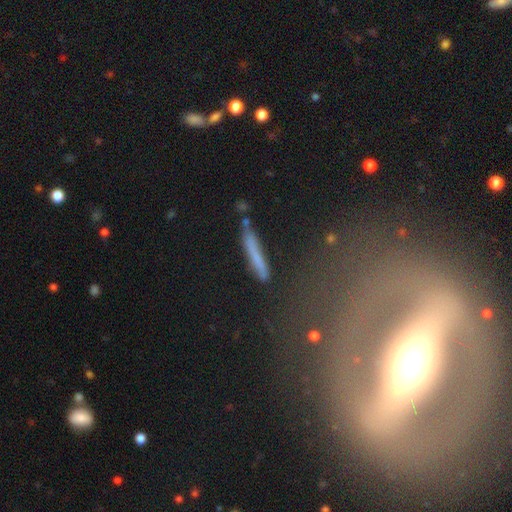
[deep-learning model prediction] This is likely a smooth galaxy (65%). How rounded: clearly cigar-shaped (94%). Merging: likely none (76%).